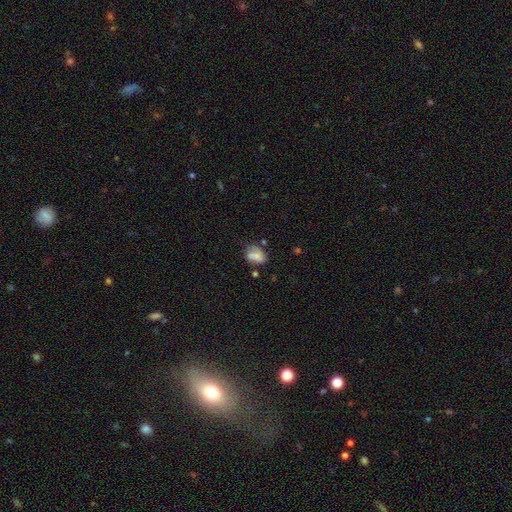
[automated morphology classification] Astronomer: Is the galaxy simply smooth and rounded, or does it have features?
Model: smooth — 66%.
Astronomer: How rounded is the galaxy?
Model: in between — 76%.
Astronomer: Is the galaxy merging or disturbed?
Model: none — 47% (runner-up: minor disturbance, 28%).